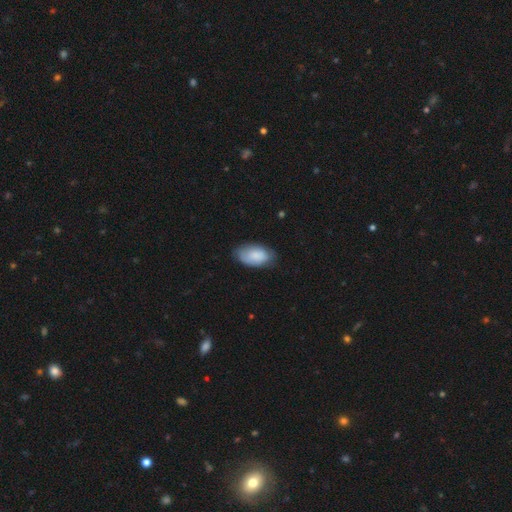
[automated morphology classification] This appears to be a smooth galaxy with no disk features (82%) that is in between round and cigar-shaped (95%). Merging: none (69%).